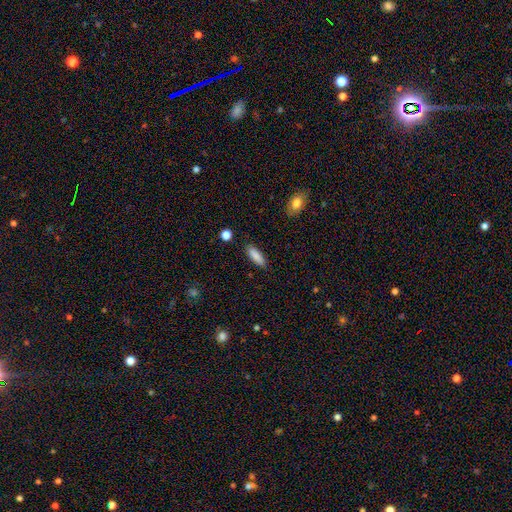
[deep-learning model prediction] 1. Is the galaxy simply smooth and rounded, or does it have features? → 87% smooth, 7% star or artifact, 6% featured or disk.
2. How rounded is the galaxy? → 54% in between, 44% cigar-shaped, 2% round.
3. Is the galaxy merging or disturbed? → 87% none, 10% minor disturbance, 2% major disturbance, 1% merger.